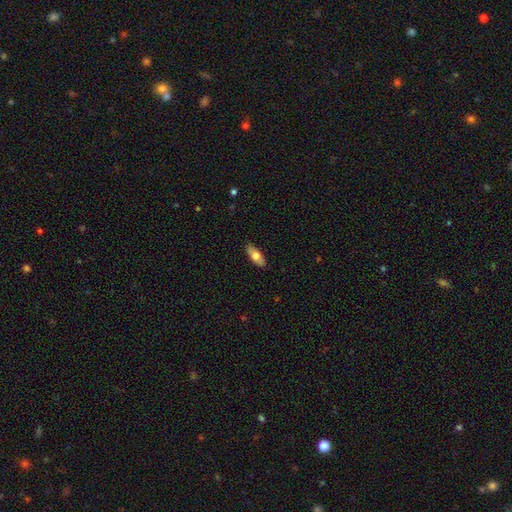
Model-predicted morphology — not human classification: smooth_or_featured: smooth (p=0.72) [alt: featured or disk p=0.22]
how_rounded: in between (p=0.78) [alt: cigar-shaped p=0.19]
merging: none (p=0.88) [alt: minor disturbance p=0.09]